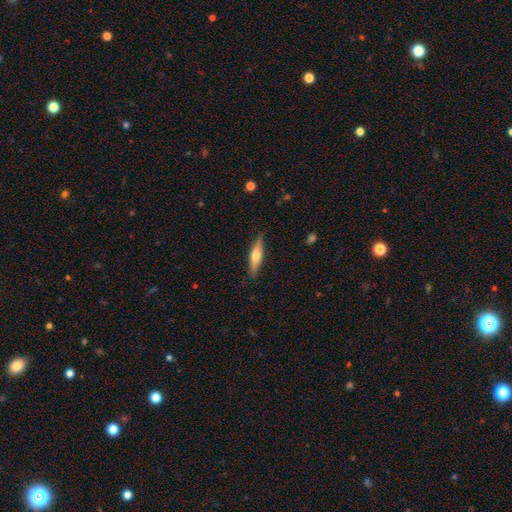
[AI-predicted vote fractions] Smooth or featured: smooth — 53% (featured or disk — 41%)
How rounded: cigar-shaped — 76% (in between — 22%)
Merging: none — 87% (minor disturbance — 10%)